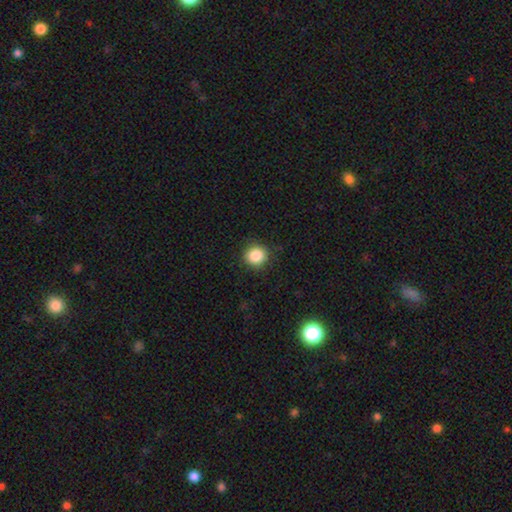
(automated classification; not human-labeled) smooth_or_featured: smooth (p=0.86) [alt: star or artifact p=0.10]
how_rounded: round (p=0.91) [alt: in between p=0.08]
merging: none (p=0.89) [alt: minor disturbance p=0.08]